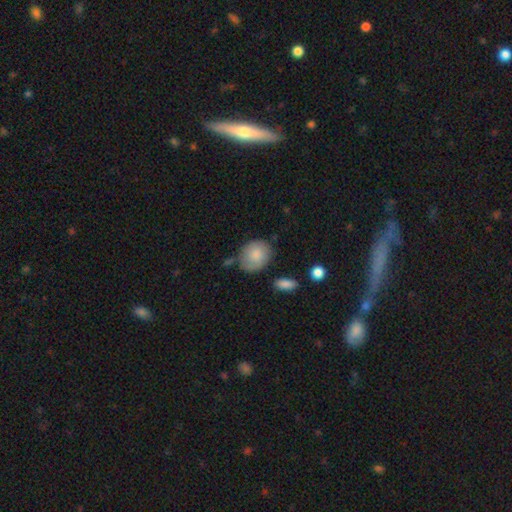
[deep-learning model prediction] A smooth galaxy with no disk features (82%) that is round (58%). Merging: none (65%).